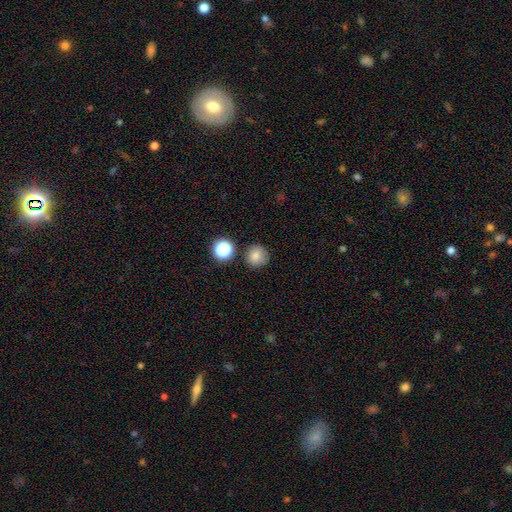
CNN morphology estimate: The model was most divided on "smooth or featured": smooth: 76%, star or artifact: 16%, featured or disk: 8%. More confident: how rounded — round (92%); merging — none (84%).